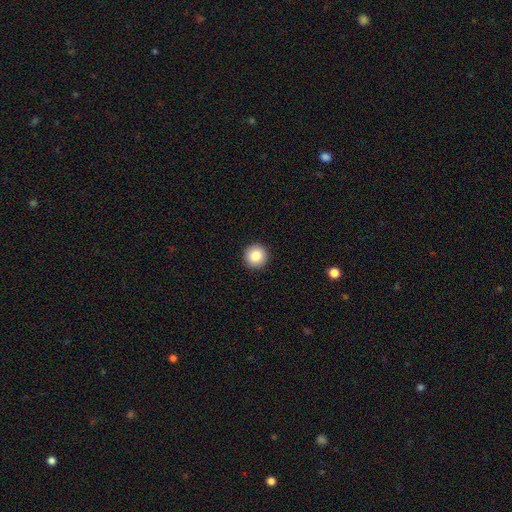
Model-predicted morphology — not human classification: Smooth or featured?
  - smooth: 86% *
  - star or artifact: 8%
  - featured or disk: 5%
How rounded?
  - round: 95% *
  - in between: 4%
  - cigar-shaped: 1%
Merging?
  - none: 93% *
  - minor disturbance: 4%
  - major disturbance: 2%
  - merger: 1%